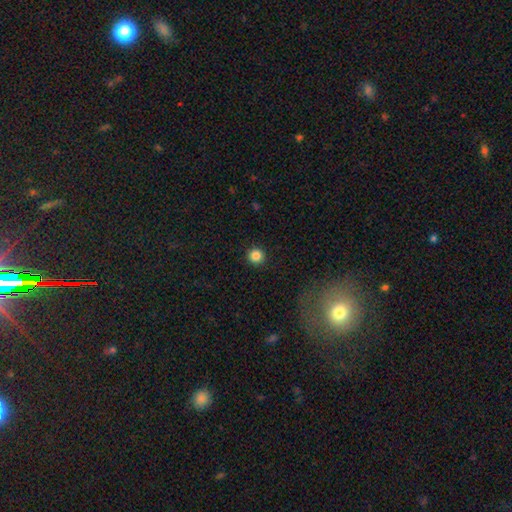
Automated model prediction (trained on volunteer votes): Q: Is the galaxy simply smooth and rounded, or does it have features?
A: smooth — 85%.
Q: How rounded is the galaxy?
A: round — 96%.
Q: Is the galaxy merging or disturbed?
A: none — 93%.